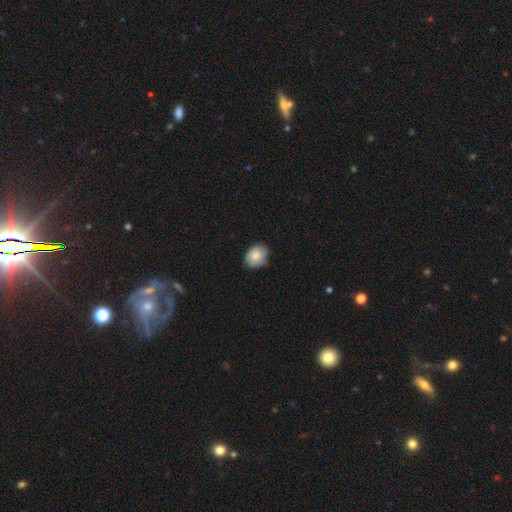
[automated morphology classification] smooth-or-featured: smooth: 77% | featured or disk: 16% | star or artifact: 7%
  how-rounded: in between: 53% | round: 46% | cigar-shaped: 1%
  merging: none: 69% | minor disturbance: 26% | major disturbance: 4% | merger: 1%